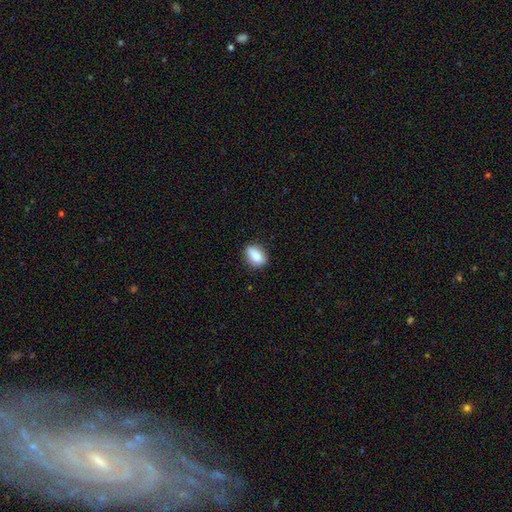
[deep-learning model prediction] smooth_or_featured: smooth (p=0.86) [alt: star or artifact p=0.08]
how_rounded: in between (p=0.81) [alt: round p=0.15]
merging: none (p=0.83) [alt: minor disturbance p=0.13]